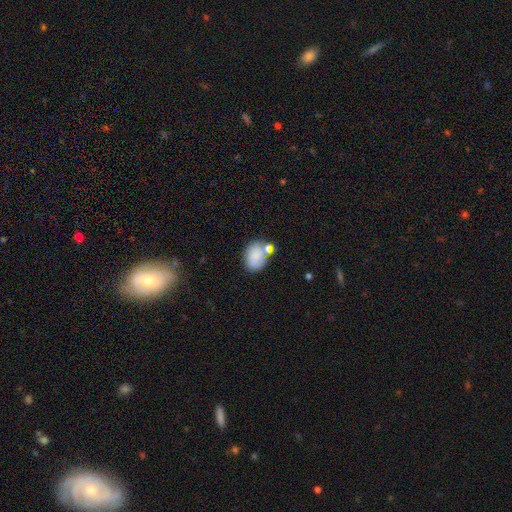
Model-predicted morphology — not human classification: Q: Smooth or featured?
A: smooth (81%); runner-up: featured or disk (11%)
Q: How rounded?
A: in between (71%); runner-up: round (28%)
Q: Merging?
A: none (56%); runner-up: merger (19%)